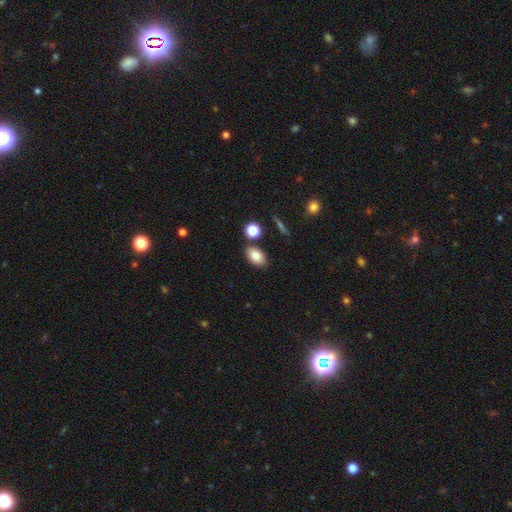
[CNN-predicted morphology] A smooth galaxy with no disk features (84%) that is in between round and cigar-shaped (89%). Merging: none (81%).